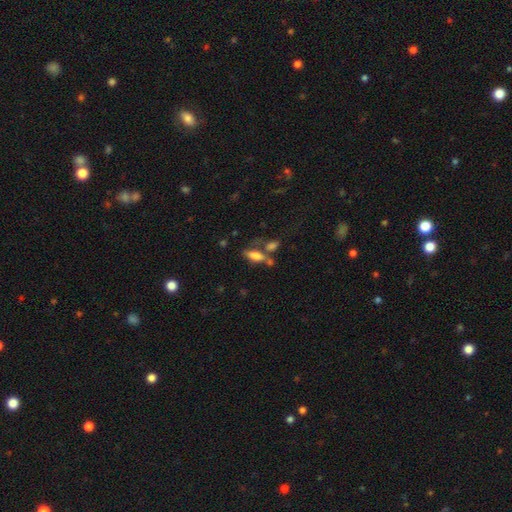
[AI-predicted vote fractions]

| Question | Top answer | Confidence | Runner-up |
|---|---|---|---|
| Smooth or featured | smooth | 69% | featured or disk (21%) |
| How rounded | in between | 66% | cigar-shaped (30%) |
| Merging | none | 48% | merger (28%) |